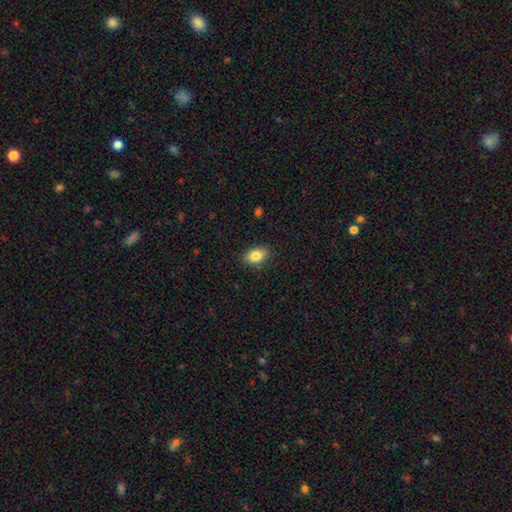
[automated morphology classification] Overall: smooth (85%). How rounded: in between (83%). Merging: none (87%).